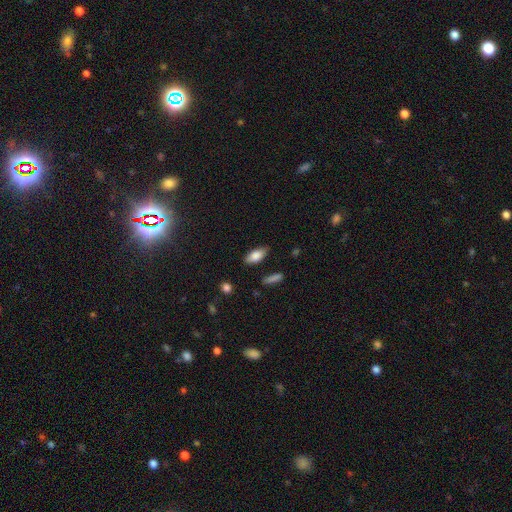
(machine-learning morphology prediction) Smooth or featured? smooth (82%)
How rounded? in between (85%)
Merging? none (82%)